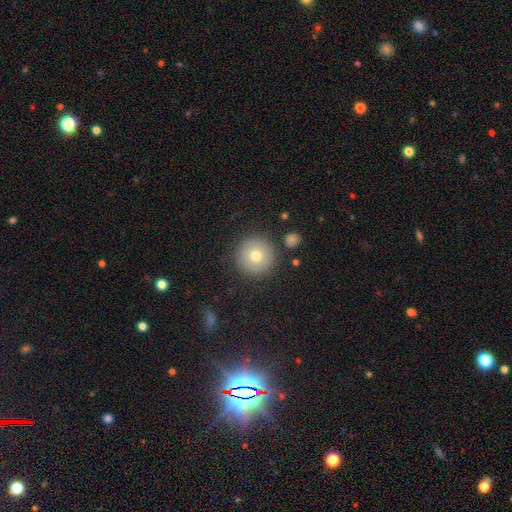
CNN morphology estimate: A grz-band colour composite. It shows a smooth galaxy with no disk features (74%) that is round (96%). Merging: none (88%).